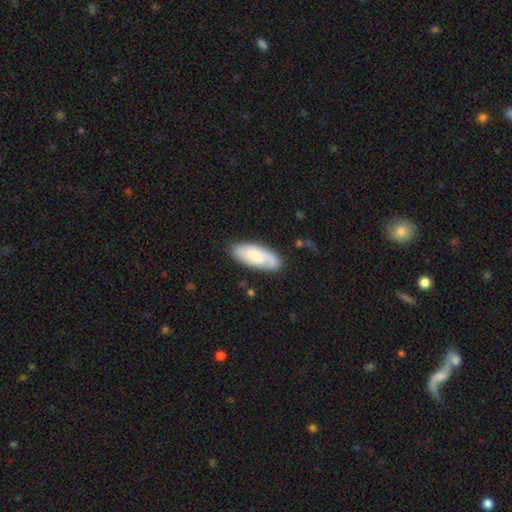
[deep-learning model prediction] smooth_or_featured: smooth (p=0.60) [alt: featured or disk p=0.34]
how_rounded: in between (p=0.82) [alt: cigar-shaped p=0.16]
merging: none (p=0.77) [alt: minor disturbance p=0.17]